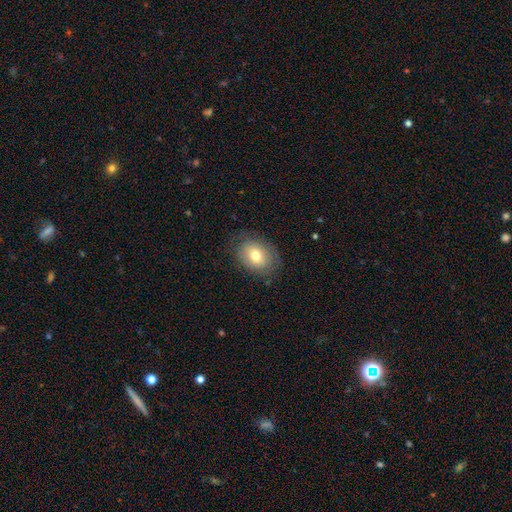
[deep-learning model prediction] Smooth or featured?
  - smooth: 70% *
  - featured or disk: 21%
  - star or artifact: 9%
How rounded?
  - in between: 66% *
  - round: 33%
  - cigar-shaped: 1%
Merging?
  - none: 76% *
  - minor disturbance: 18%
  - major disturbance: 6%
  - merger: 1%